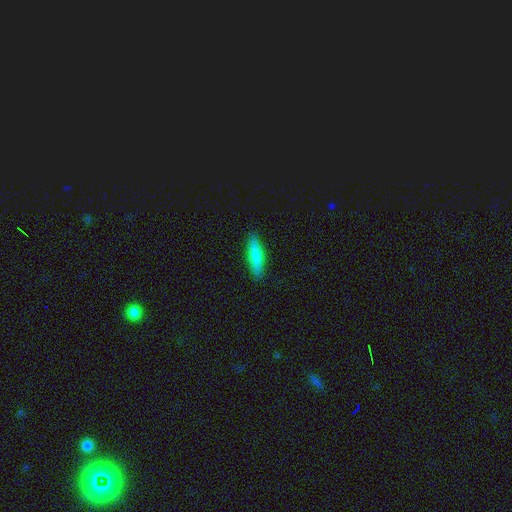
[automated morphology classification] Overall: smooth (82%). How rounded: cigar-shaped (68%; in between 30%). Merging: none (89%).